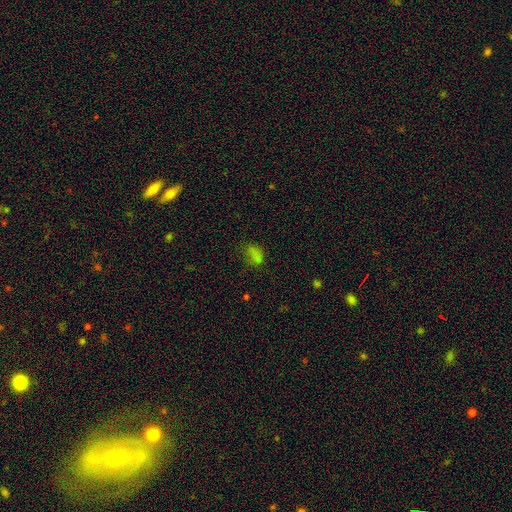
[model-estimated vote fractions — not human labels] Smooth or featured? smooth (65%)
How rounded? in between (80%)
Merging? none (52%)